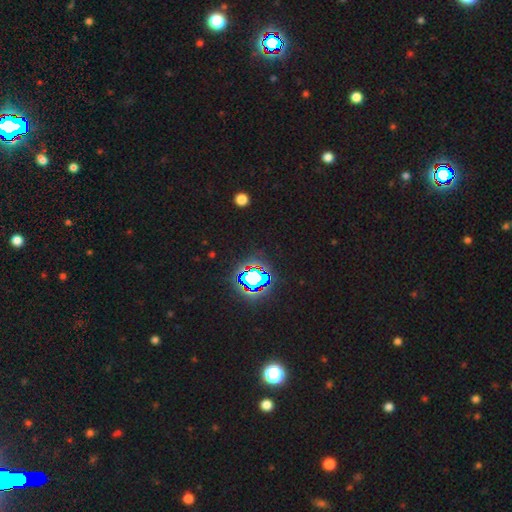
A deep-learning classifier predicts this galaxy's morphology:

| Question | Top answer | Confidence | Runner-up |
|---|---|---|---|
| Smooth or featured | star or artifact | 83% | smooth (11%) |